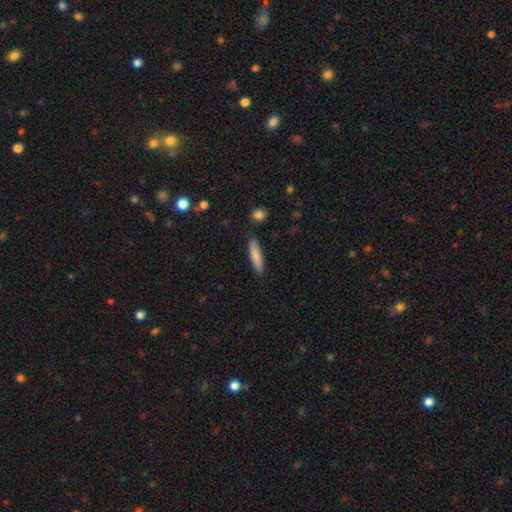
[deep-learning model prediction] Smooth or featured: smooth — 81% (featured or disk — 13%)
How rounded: cigar-shaped — 82% (in between — 17%)
Merging: none — 87% (minor disturbance — 9%)